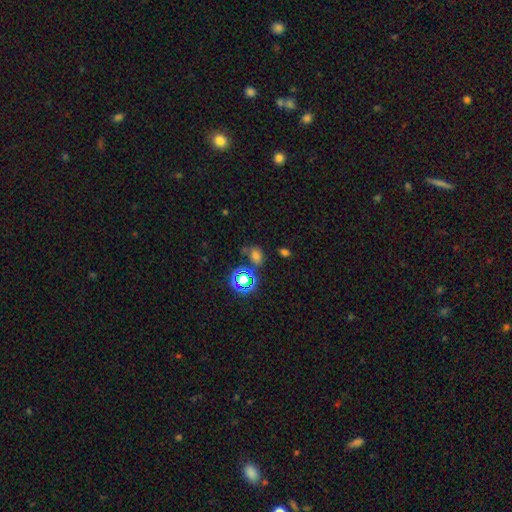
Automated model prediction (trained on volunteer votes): smooth-or-featured: smooth: 58% | star or artifact: 33% | featured or disk: 9%
  how-rounded: in between: 61% | round: 38% | cigar-shaped: 2%
  merging: none: 59% | minor disturbance: 18% | merger: 14% | major disturbance: 9%